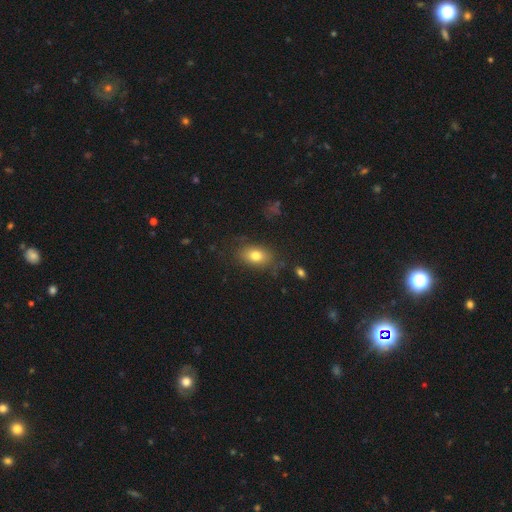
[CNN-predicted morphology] This appears to be a smooth galaxy with no disk features (78%) that is in between round and cigar-shaped (83%). Merging: none (78%).